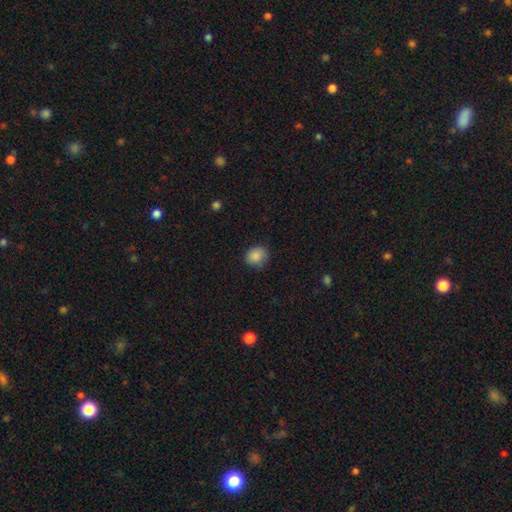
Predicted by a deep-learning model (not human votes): smooth 87%, star or artifact 9%, featured or disk 4%. Down the decision tree: how rounded — round (71%); merging — none (76%).